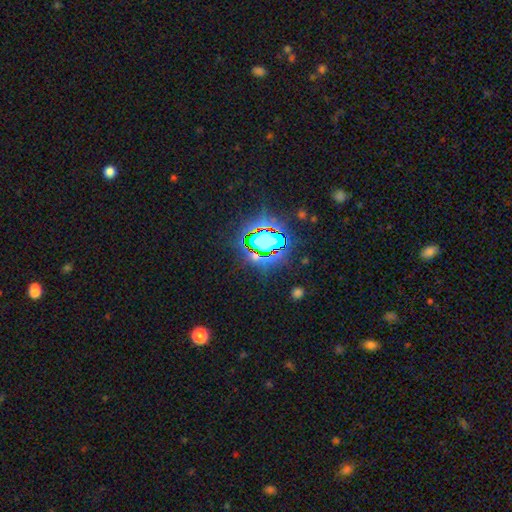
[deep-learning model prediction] Q: Smooth or featured?
A: star or artifact (83%); runner-up: smooth (10%)